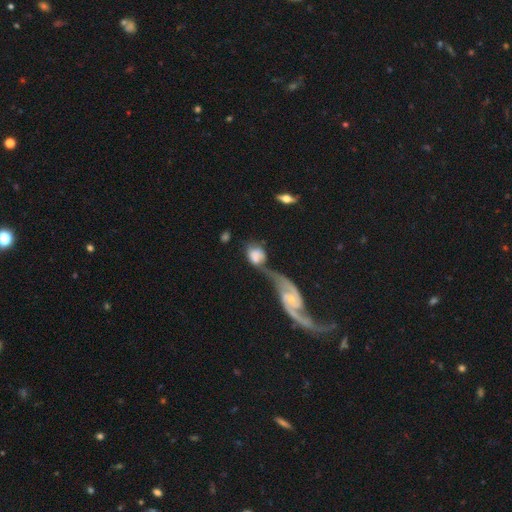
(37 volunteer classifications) Smooth or featured? 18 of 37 (49%) said featured or disk. Edge-on disk? 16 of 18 (89%) said no. Bar? 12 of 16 (75%) said no. Spiral arms? 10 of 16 (62%) said yes. Spiral winding? 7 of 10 (70%) said loose. Spiral arm count? 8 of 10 (80%) said 2. Bulge size? 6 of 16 (38%) said moderate. Merging? 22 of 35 (63%) said merger.